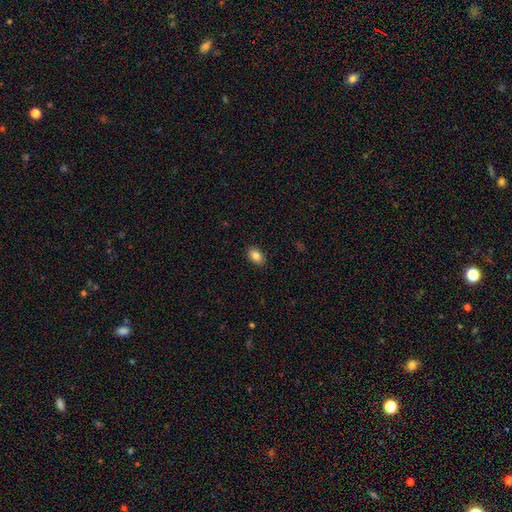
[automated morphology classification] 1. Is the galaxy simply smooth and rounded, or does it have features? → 87% smooth, 8% star or artifact, 5% featured or disk.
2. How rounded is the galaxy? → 85% in between, 13% round, 1% cigar-shaped.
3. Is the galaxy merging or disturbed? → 89% none, 8% minor disturbance, 2% major disturbance, 1% merger.